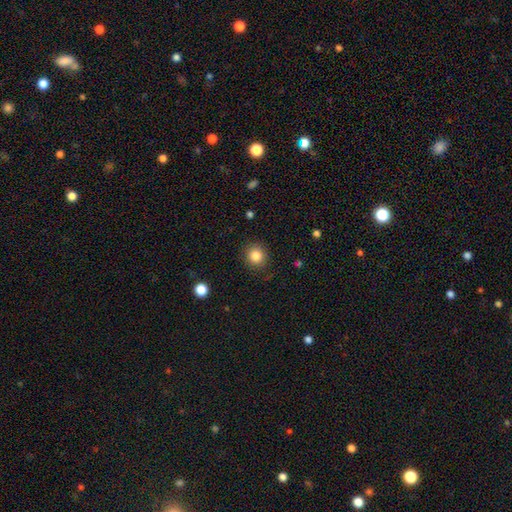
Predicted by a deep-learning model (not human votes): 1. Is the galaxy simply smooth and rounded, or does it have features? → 84% smooth, 11% star or artifact, 6% featured or disk.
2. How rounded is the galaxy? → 90% round, 9% in between, 1% cigar-shaped.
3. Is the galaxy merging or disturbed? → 88% none, 8% minor disturbance, 3% major disturbance, 1% merger.